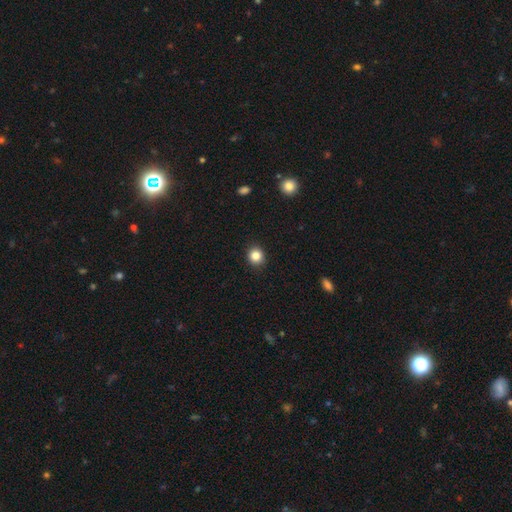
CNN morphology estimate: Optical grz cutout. It shows a smooth galaxy with no disk features (85%) that is round (86%). Merging: none (91%).